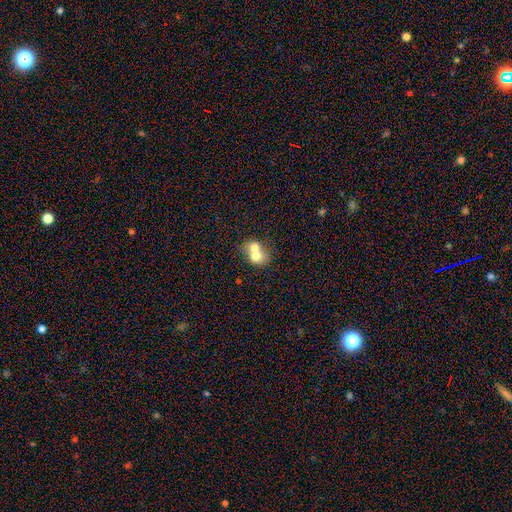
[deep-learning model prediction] The model was most divided on "how rounded": round: 62%, in between: 37%, cigar-shaped: 1%. More confident: merging — merger (74%); smooth or featured — smooth (66%).